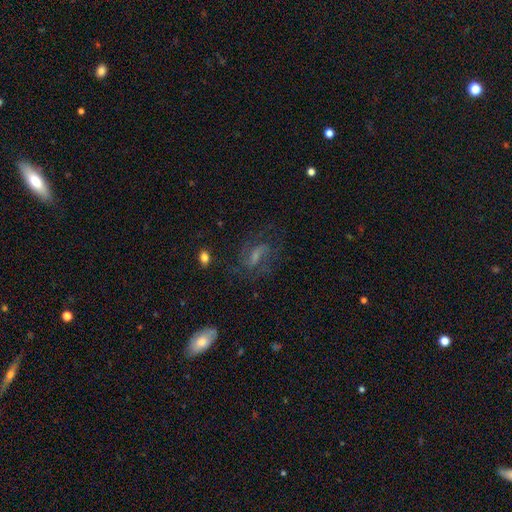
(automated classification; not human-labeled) Morphology: type=featured or disk (63%); edge-on=no (94%); bar=weak (48%); spiral arms=yes (87%); winding=medium (49%); arm count=2 (70%); bulge=small (39%); merging=none (66%).